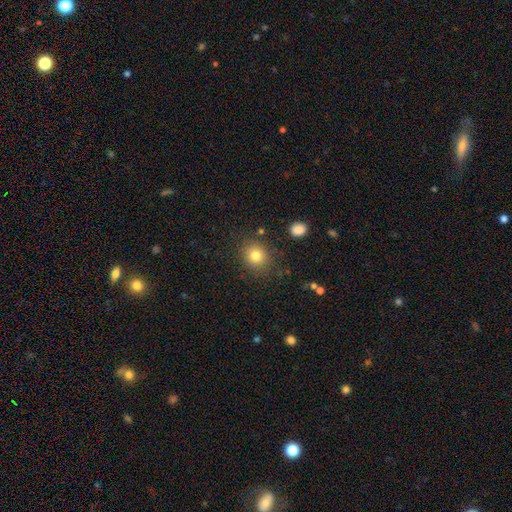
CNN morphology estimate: Smooth or featured: smooth — 80% (star or artifact — 12%)
How rounded: round — 81% (in between — 18%)
Merging: none — 84% (minor disturbance — 10%)